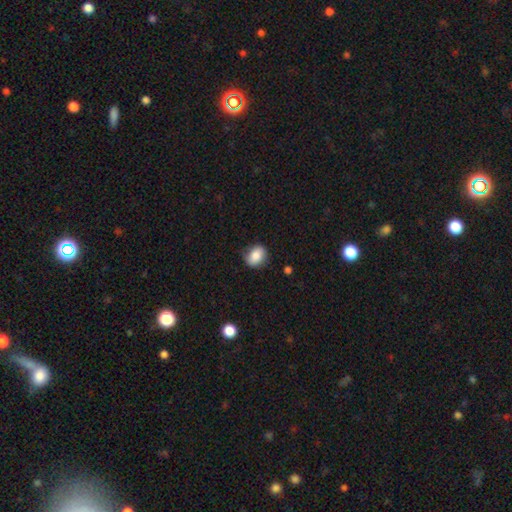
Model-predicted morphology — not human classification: Q: Smooth or featured?
A: smooth (84%); runner-up: star or artifact (8%)
Q: How rounded?
A: in between (51%); runner-up: round (48%)
Q: Merging?
A: none (74%); runner-up: minor disturbance (20%)